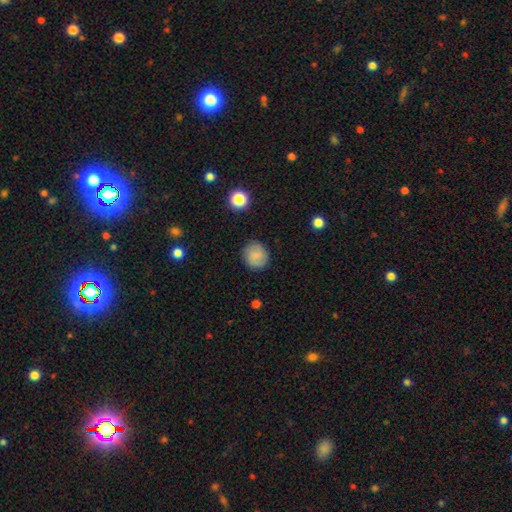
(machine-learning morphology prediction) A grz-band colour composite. It shows a smooth galaxy with no disk features (76%) that is round (88%). Merging: none (88%).